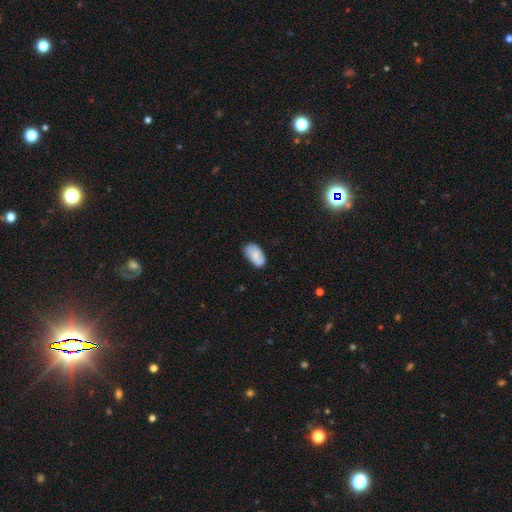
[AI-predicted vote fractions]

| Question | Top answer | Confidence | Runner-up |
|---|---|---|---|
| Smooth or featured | smooth | 79% | featured or disk (14%) |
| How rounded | in between | 94% | round (4%) |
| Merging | none | 73% | minor disturbance (22%) |